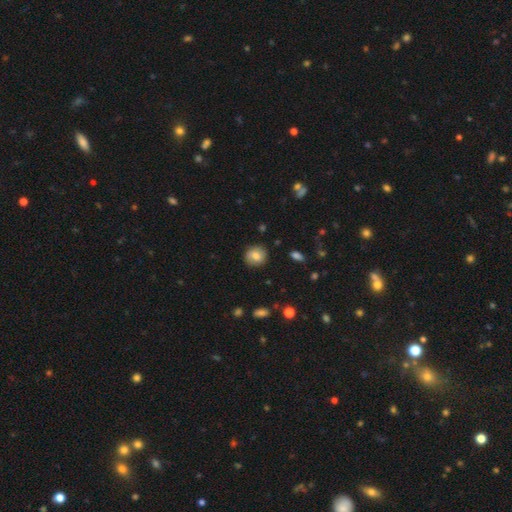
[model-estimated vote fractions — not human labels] Morphology: type=smooth (74%); roundness=round (82%); merging=none (86%).